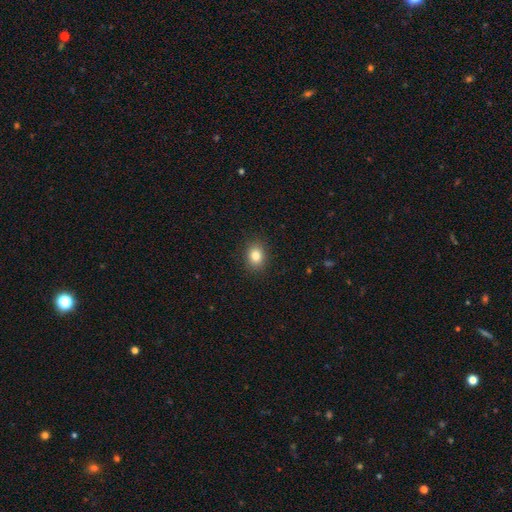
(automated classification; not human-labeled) The model was most divided on "how rounded": in between: 52%, round: 48%, cigar-shaped: 1%. More confident: merging — none (89%); smooth or featured — smooth (83%).